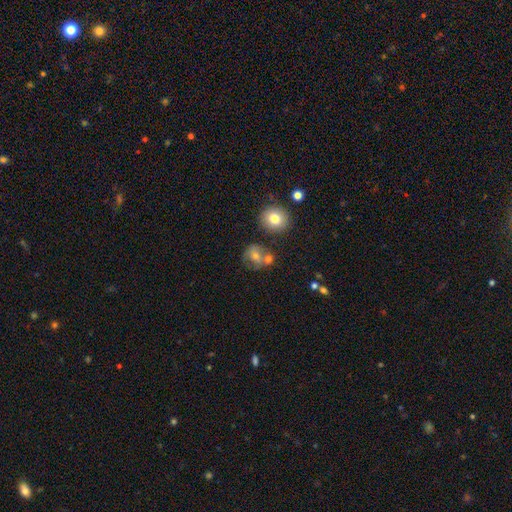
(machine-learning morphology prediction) Overall: smooth (53%; featured or disk 28%). How rounded: round (76%). Merging: none (59%).